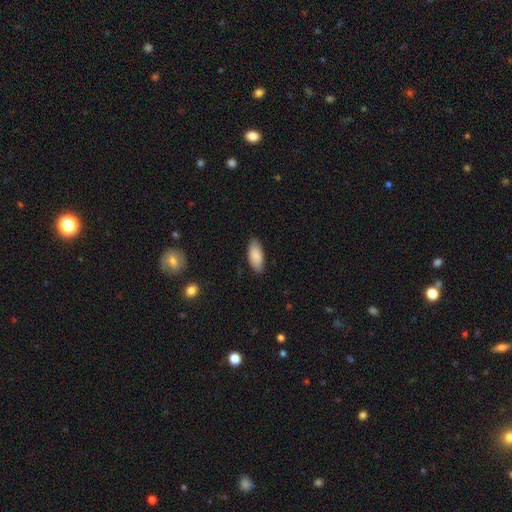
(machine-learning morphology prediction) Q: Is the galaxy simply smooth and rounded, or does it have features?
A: smooth — 86%.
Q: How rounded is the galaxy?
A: in between — 86%.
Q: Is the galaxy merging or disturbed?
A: none — 84%.